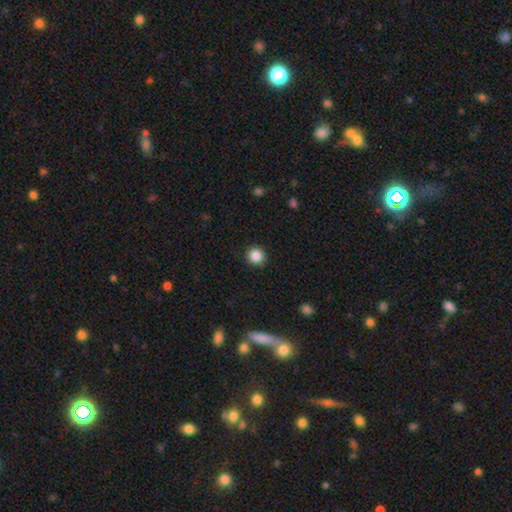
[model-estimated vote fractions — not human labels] smooth 86%, star or artifact 10%, featured or disk 4%. Down the decision tree: how rounded — round (92%); merging — none (92%).